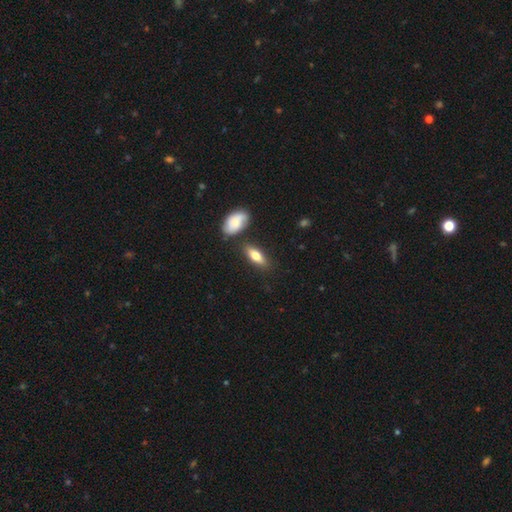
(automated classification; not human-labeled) This appears to be a smooth galaxy with no disk features (69%) that is in between round and cigar-shaped (66%). Merging: none (76%).